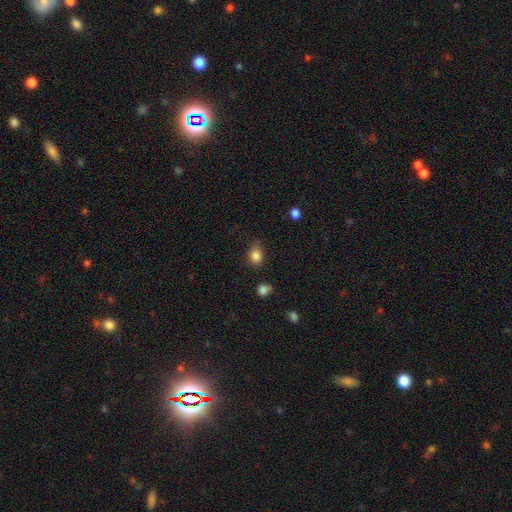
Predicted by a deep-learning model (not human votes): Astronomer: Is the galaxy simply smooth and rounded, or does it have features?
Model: smooth — 84%.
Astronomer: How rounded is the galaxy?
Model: round — 52% (runner-up: in between, 47%).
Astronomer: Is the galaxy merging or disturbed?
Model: none — 63%.